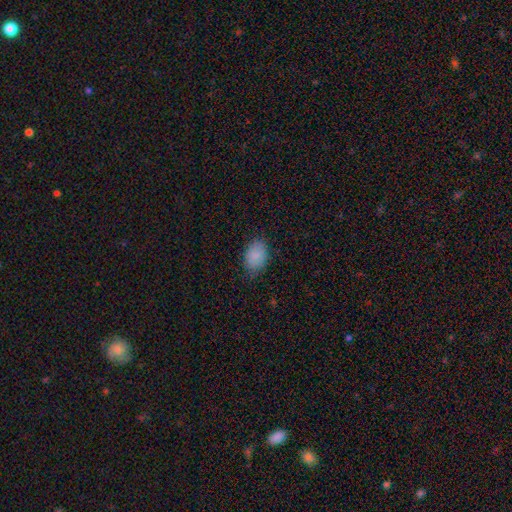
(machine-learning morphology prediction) This is clearly a smooth galaxy (88%). How rounded: clearly in between (82%). Merging: likely none (79%).